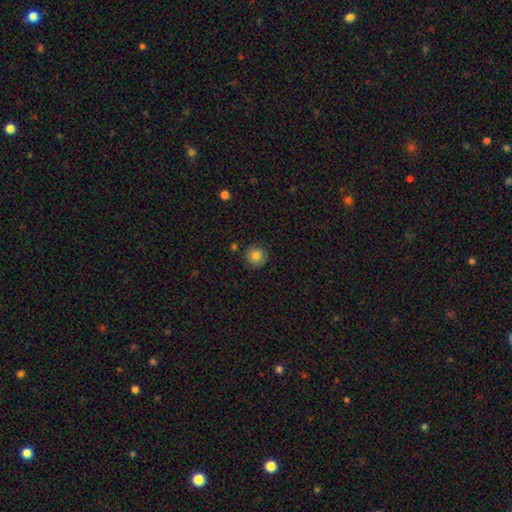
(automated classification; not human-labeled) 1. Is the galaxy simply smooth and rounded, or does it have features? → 82% smooth, 10% star or artifact, 8% featured or disk.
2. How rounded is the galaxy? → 94% round, 5% in between, 1% cigar-shaped.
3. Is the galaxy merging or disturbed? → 86% none, 10% minor disturbance, 2% major disturbance, 2% merger.